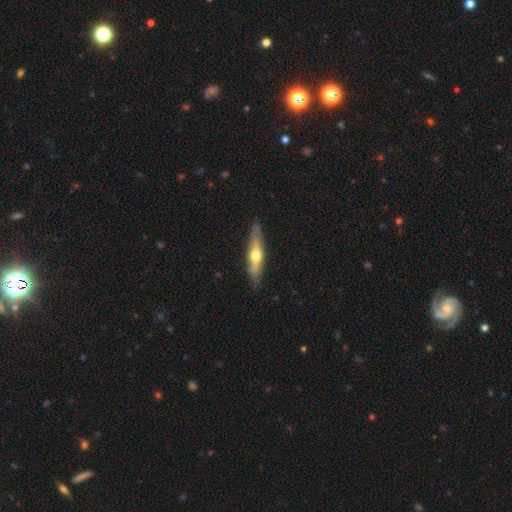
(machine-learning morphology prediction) Q: Smooth or featured?
A: featured or disk (54%); runner-up: smooth (41%)
Q: Edge-on disk?
A: yes (79%); runner-up: no (21%)
Q: Merging?
A: none (81%); runner-up: minor disturbance (15%)